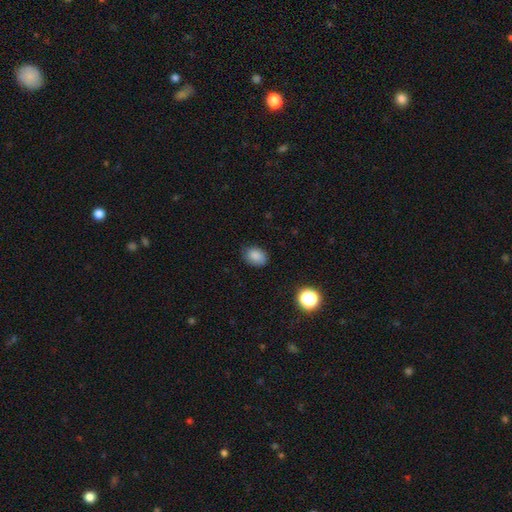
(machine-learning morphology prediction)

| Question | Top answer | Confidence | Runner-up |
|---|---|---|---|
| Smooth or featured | smooth | 85% | star or artifact (10%) |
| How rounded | in between | 71% | round (28%) |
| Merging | none | 77% | minor disturbance (19%) |